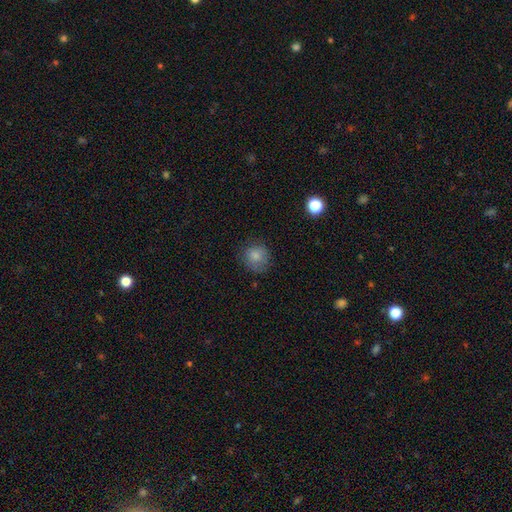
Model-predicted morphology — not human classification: Q: Smooth or featured?
A: smooth (82%); runner-up: star or artifact (10%)
Q: How rounded?
A: round (85%); runner-up: in between (14%)
Q: Merging?
A: none (76%); runner-up: minor disturbance (17%)